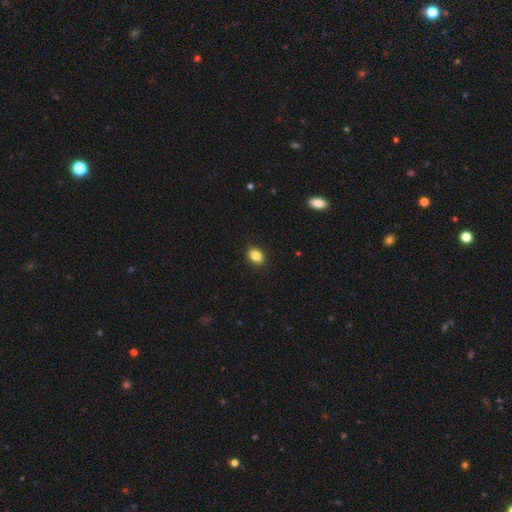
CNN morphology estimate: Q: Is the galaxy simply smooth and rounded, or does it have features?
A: smooth — 85%.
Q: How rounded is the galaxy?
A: in between — 66%.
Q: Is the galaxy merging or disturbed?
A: none — 90%.